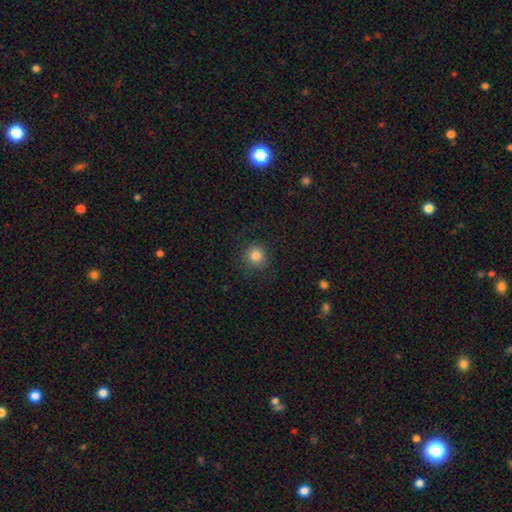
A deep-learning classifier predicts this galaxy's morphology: smooth-or-featured: smooth: 84% | star or artifact: 11% | featured or disk: 5%
  how-rounded: round: 93% | in between: 6% | cigar-shaped: 1%
  merging: none: 88% | minor disturbance: 8% | major disturbance: 3% | merger: 1%